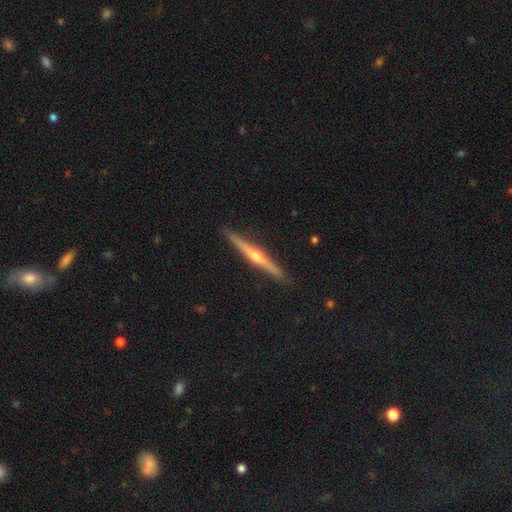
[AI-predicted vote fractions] A featured or disk galaxy (80%) viewed edge-on (98%) with a rounded central bulge (91%).

Vote fractions:
- Smooth or featured? featured or disk: 80% / smooth: 15% / star or artifact: 5%
- Edge-on disk? yes: 98% / no: 2%
- Edge-on bulge? rounded: 91% / none: 6% / boxy: 3%
- Merging? none: 91% / minor disturbance: 6% / major disturbance: 1% / merger: 1%